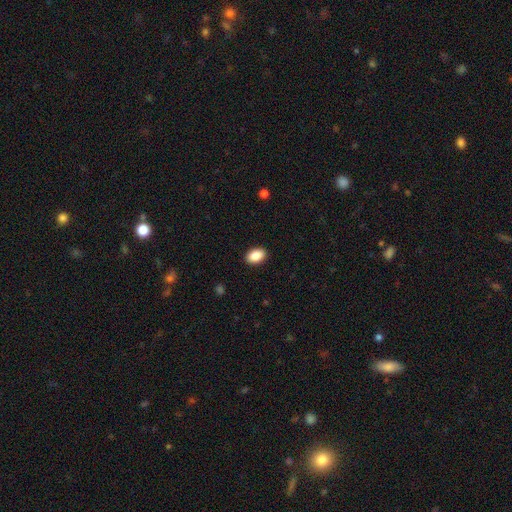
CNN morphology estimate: smooth-or-featured: smooth: 89% | star or artifact: 8% | featured or disk: 4%
  how-rounded: in between: 86% | round: 13% | cigar-shaped: 1%
  merging: none: 91% | minor disturbance: 7% | major disturbance: 2% | merger: 1%